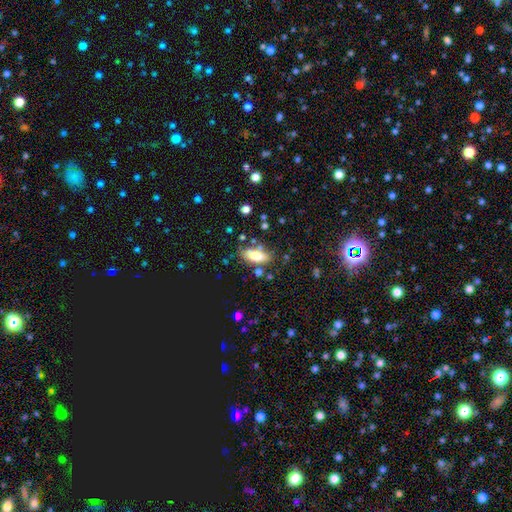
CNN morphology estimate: Q: Smooth or featured?
A: smooth (72%); runner-up: featured or disk (20%)
Q: How rounded?
A: in between (82%); runner-up: cigar-shaped (15%)
Q: Merging?
A: none (74%); runner-up: minor disturbance (15%)